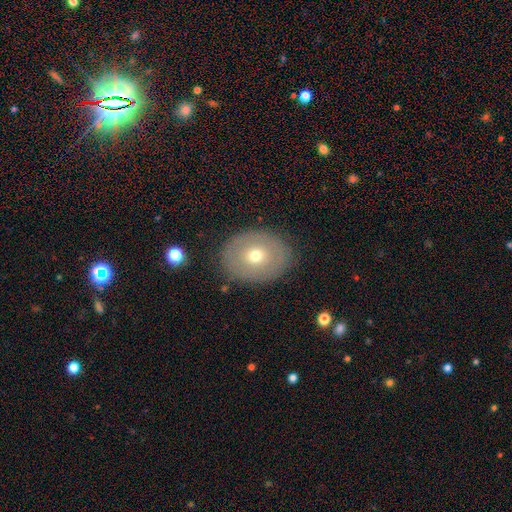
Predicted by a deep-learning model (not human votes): The model was most divided on "smooth or featured": smooth: 55%, featured or disk: 36%, star or artifact: 9%. More confident: merging — none (84%); how rounded — in between (59%).